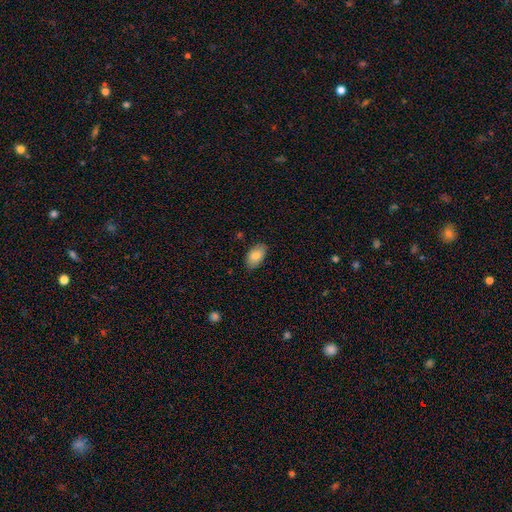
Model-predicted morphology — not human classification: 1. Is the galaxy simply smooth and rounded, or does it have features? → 82% smooth, 11% featured or disk, 7% star or artifact.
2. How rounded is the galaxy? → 93% in between, 6% round, 2% cigar-shaped.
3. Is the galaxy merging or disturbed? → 83% none, 13% minor disturbance, 2% major disturbance, 1% merger.